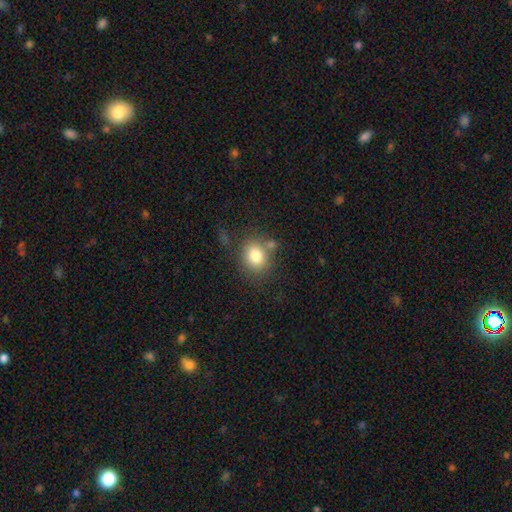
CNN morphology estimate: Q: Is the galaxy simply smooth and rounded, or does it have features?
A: smooth — 79%.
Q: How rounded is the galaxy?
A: round — 68%.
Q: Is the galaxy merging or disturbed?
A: none — 67%.